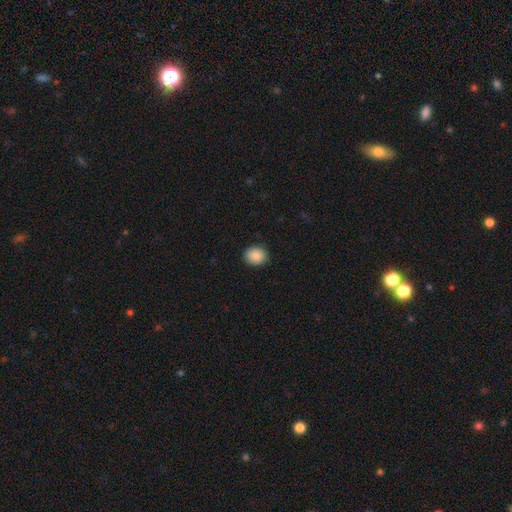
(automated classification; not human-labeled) Smooth or featured: smooth — 87% (star or artifact — 8%)
How rounded: round — 65% (in between — 35%)
Merging: none — 90% (minor disturbance — 7%)